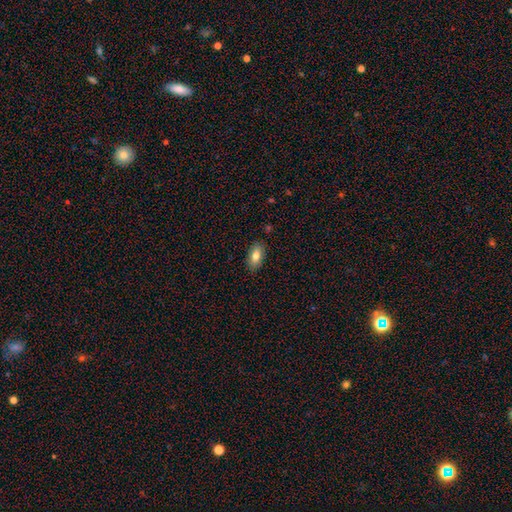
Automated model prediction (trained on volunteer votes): This is likely a smooth galaxy (79%). How rounded: clearly in between (91%). Merging: clearly none (87%).